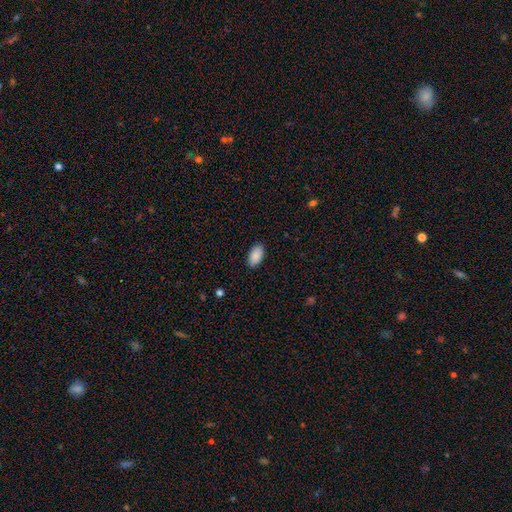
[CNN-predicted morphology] The model was most divided on "merging": none: 89%, minor disturbance: 8%, major disturbance: 2%, merger: 1%. More confident: how rounded — in between (95%); smooth or featured — smooth (90%).